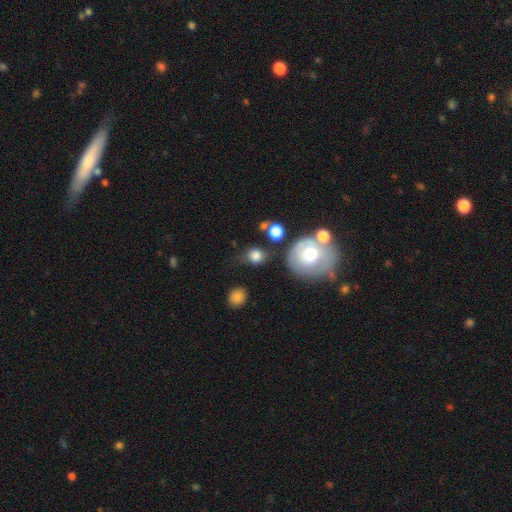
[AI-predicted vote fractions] Smooth or featured?
  - smooth: 79% *
  - star or artifact: 11%
  - featured or disk: 10%
How rounded?
  - round: 70% *
  - in between: 29%
  - cigar-shaped: 1%
Merging?
  - none: 56% *
  - minor disturbance: 22%
  - major disturbance: 12%
  - merger: 10%